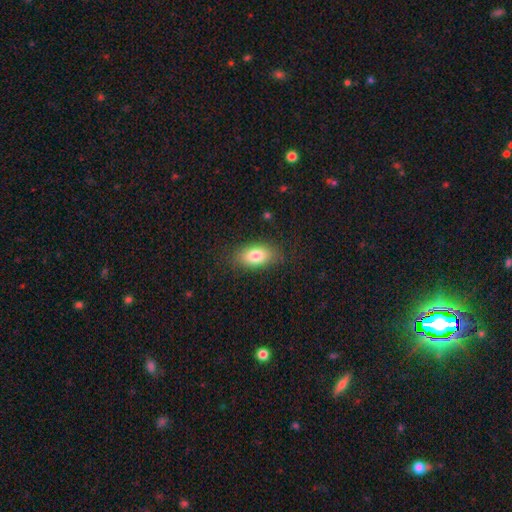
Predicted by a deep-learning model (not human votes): The model was most divided on "smooth or featured": smooth: 80%, featured or disk: 12%, star or artifact: 8%. More confident: how rounded — in between (89%); merging — none (83%).